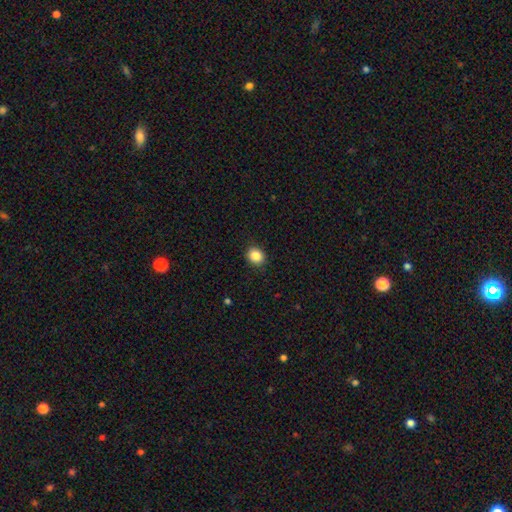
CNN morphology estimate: smooth 86%, star or artifact 10%, featured or disk 4%. Down the decision tree: how rounded — round (71%); merging — none (90%).